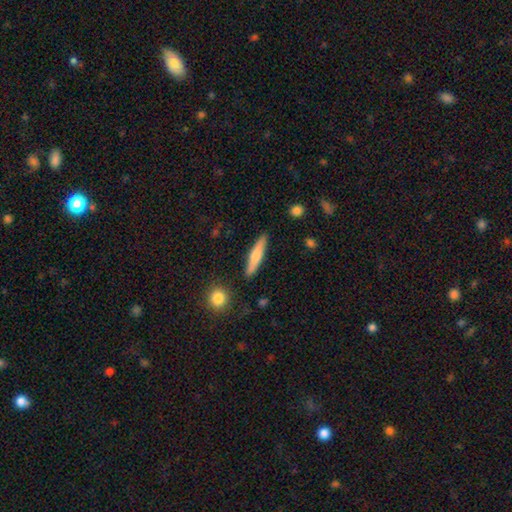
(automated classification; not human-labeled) smooth-or-featured: smooth: 63% | featured or disk: 32% | star or artifact: 6%
  how-rounded: cigar-shaped: 86% | in between: 12% | round: 2%
  merging: none: 88% | minor disturbance: 8% | merger: 2% | major disturbance: 2%